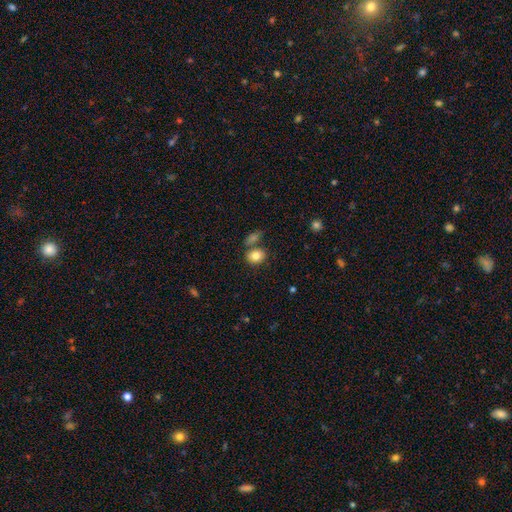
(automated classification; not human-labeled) A smooth galaxy with no disk features (82%) that is round (50%). Merging: none (63%).